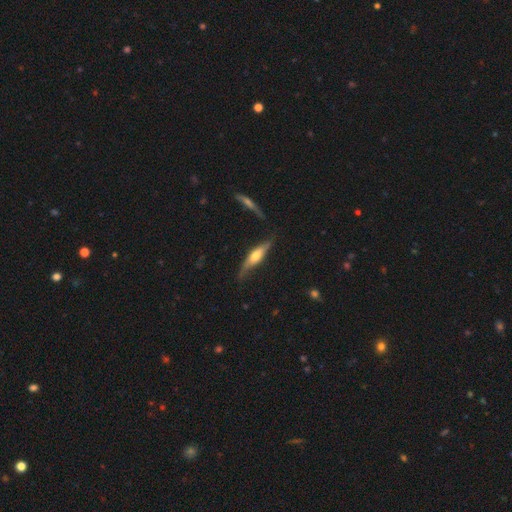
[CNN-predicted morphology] smooth_or_featured: featured or disk (p=0.57) [alt: smooth p=0.37]
disk_edge_on: yes (p=0.83) [alt: no p=0.17]
merging: none (p=0.62) [alt: minor disturbance p=0.26]